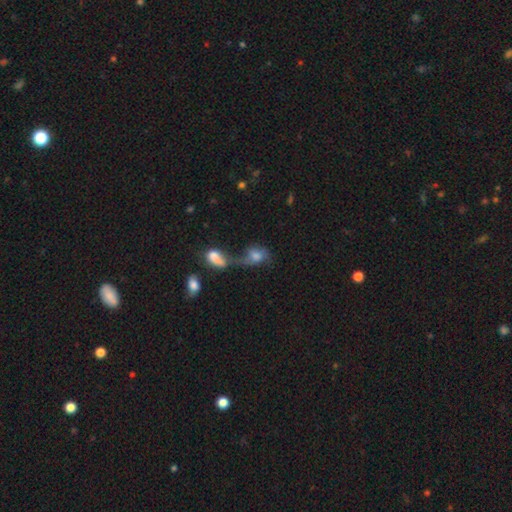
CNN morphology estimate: The model was most divided on "smooth or featured": smooth: 55%, featured or disk: 32%, star or artifact: 13%. More confident: how rounded — in between (71%); merging — merger (58%).